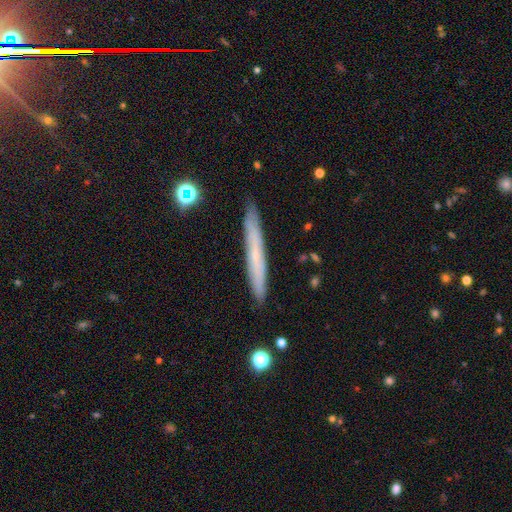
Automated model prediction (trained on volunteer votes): smooth 49%, featured or disk 43%, star or artifact 8%. Down the decision tree: merging — none (88%).